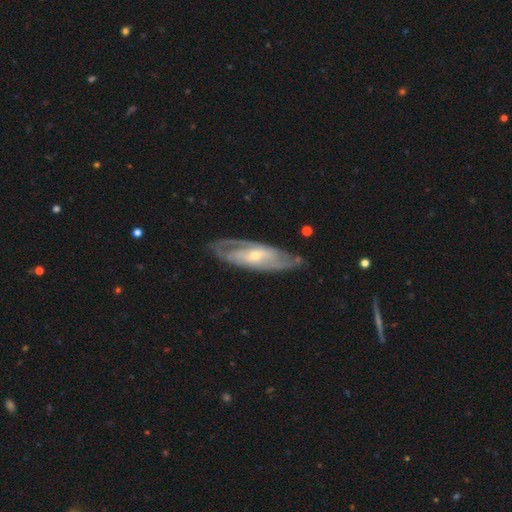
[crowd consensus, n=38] This appears to be a featured or disk galaxy (92%) with no bar (52%), 2 (67%) medium (52%) spiral arms (93%) and a small central bulge (59%). Merging: none (84%).